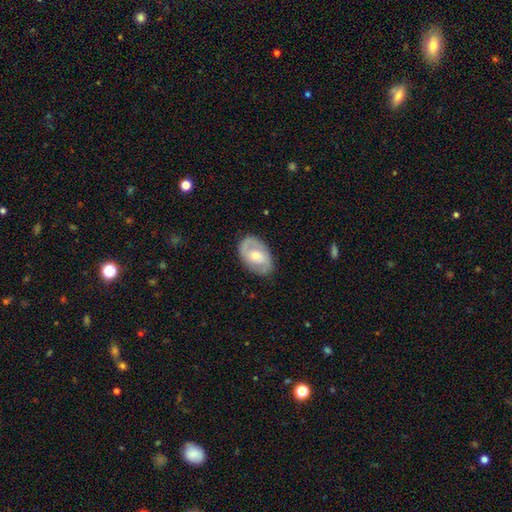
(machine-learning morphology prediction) Smooth or featured? Predicted: featured or disk (p=0.68). Edge-on disk? Predicted: no (p=0.95). Bar? Predicted: no (p=0.51). Spiral arms? Predicted: yes (p=0.76). Bulge size? Predicted: moderate (p=0.56). Merging? Predicted: none (p=0.81).